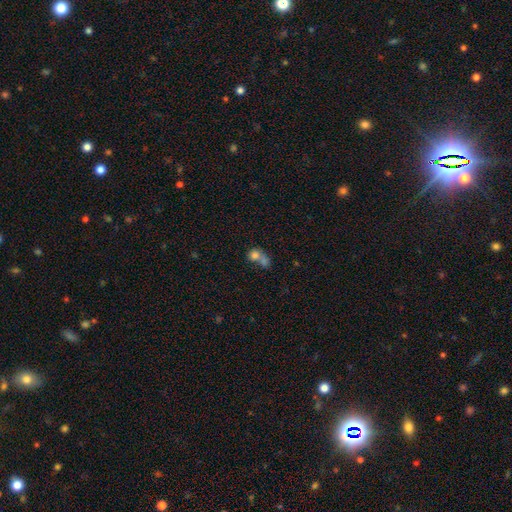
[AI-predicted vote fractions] Smooth or featured? Predicted: smooth (p=0.73). How rounded? Predicted: round (p=0.73). Merging? Predicted: merger (p=0.64).